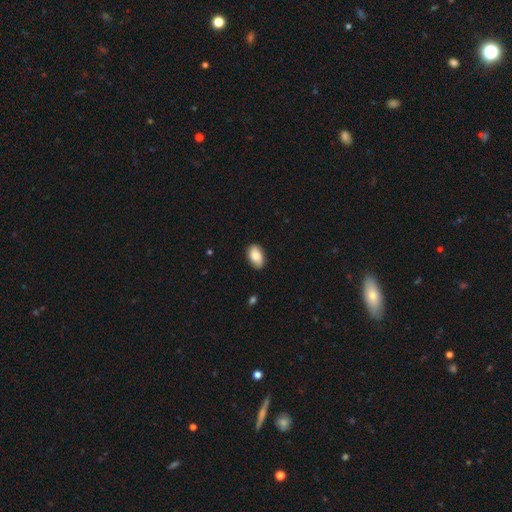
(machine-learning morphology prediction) The model was most divided on "smooth or featured": smooth: 80%, featured or disk: 13%, star or artifact: 7%. More confident: how rounded — in between (93%); merging — none (84%).